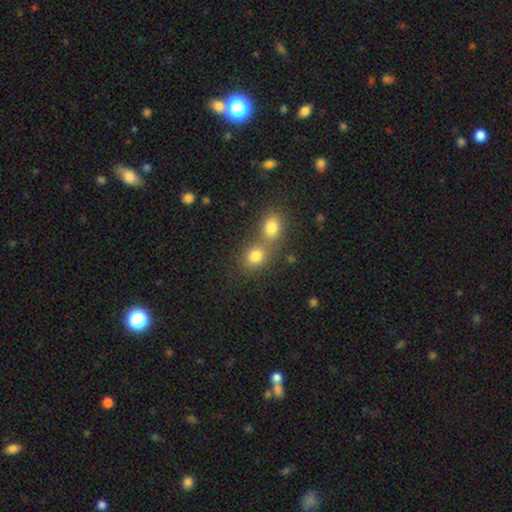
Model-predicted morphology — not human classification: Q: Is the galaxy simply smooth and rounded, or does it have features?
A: smooth — 80%.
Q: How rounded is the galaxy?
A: round — 56%.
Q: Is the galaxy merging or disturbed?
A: merger — 53%.